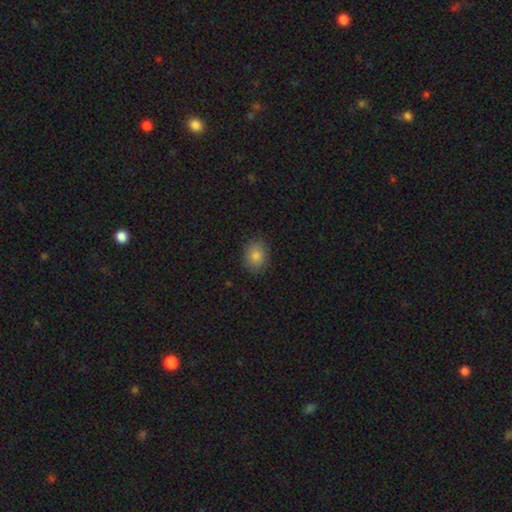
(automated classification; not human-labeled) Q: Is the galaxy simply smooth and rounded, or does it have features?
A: smooth — 83%.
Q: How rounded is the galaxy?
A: round — 59%.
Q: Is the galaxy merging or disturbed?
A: none — 86%.